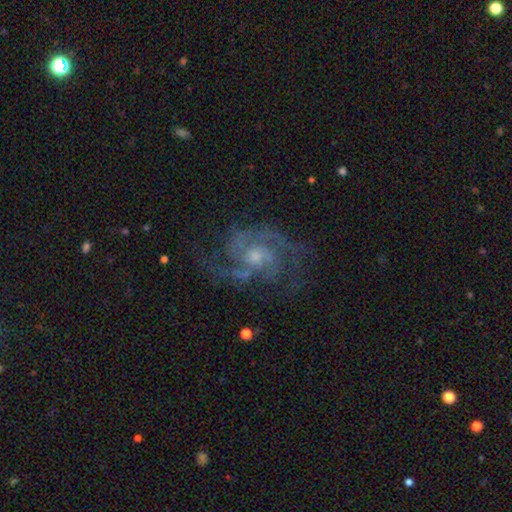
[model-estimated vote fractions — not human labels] Smooth or featured?
  - featured or disk: 89% *
  - star or artifact: 6%
  - smooth: 5%
Edge-on disk?
  - no: 98% *
  - yes: 2%
Bar?
  - no: 65% *
  - weak: 30%
  - strong: 5%
Spiral arms?
  - yes: 97% *
  - no: 3%
Spiral winding?
  - medium: 53% *
  - tight: 34%
  - loose: 13%
Spiral arm count?
  - 2: 46% *
  - 3: 27%
  - can't tell: 12%
  - 4: 6%
  - 1: 5%
  - more than 4: 5%
Bulge size?
  - small: 49% *
  - moderate: 44%
  - none: 4%
  - large: 3%
  - dominant: 1%
Merging?
  - none: 68% *
  - minor disturbance: 17%
  - major disturbance: 13%
  - merger: 2%